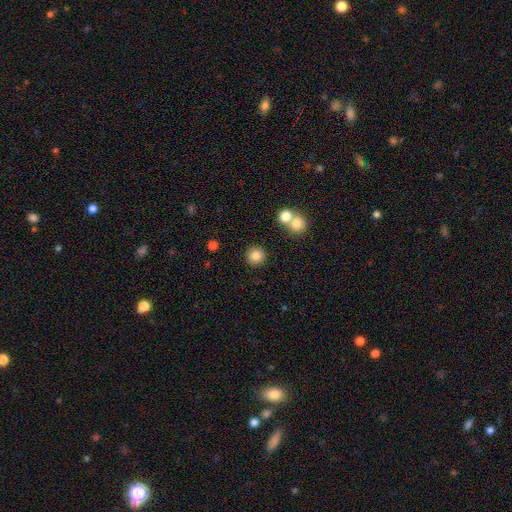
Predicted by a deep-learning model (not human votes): Smooth or featured? smooth (84%)
How rounded? round (94%)
Merging? none (86%)